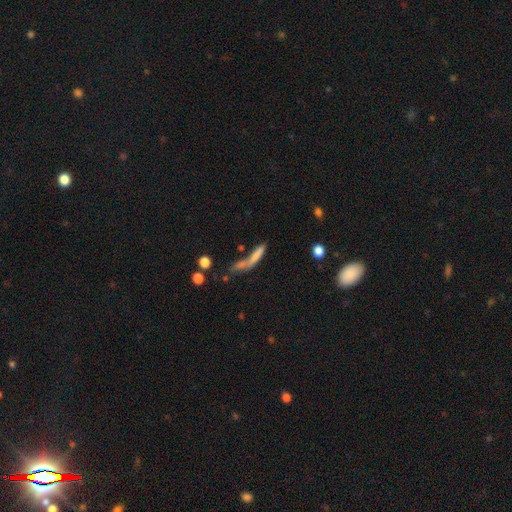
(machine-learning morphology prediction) This appears to be a smooth galaxy with no disk features (68%) that is cigar-shaped (81%). Merging: none (36%).